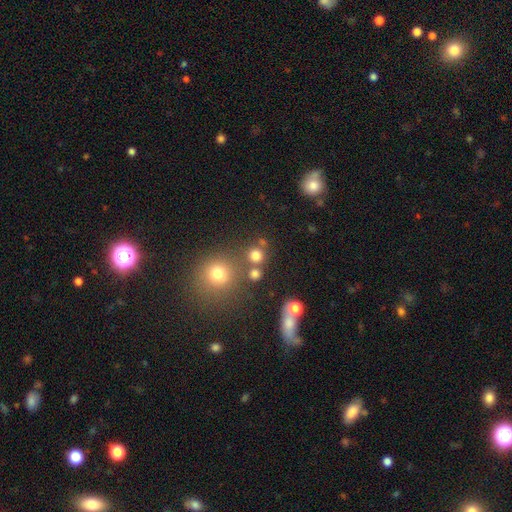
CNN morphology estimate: This is likely a smooth galaxy (76%). How rounded: clearly round (91%). Merging: likely none (70%).